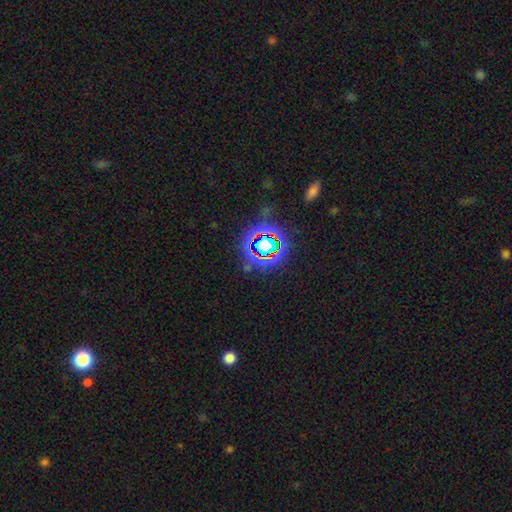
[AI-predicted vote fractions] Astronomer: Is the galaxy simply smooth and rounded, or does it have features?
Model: star or artifact — 73%.